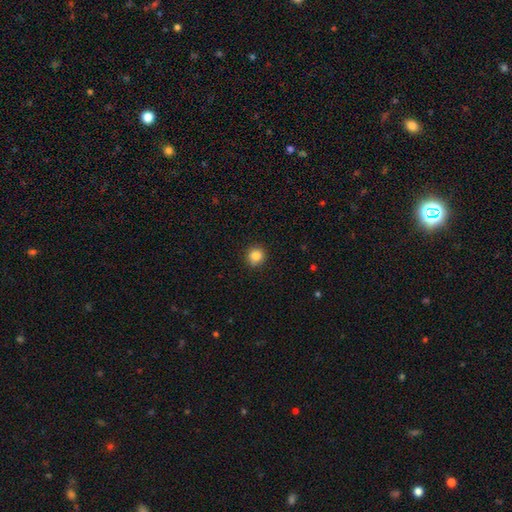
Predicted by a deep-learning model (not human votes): smooth_or_featured: smooth (p=0.84) [alt: star or artifact p=0.10]
how_rounded: round (p=0.92) [alt: in between p=0.07]
merging: none (p=0.91) [alt: minor disturbance p=0.07]